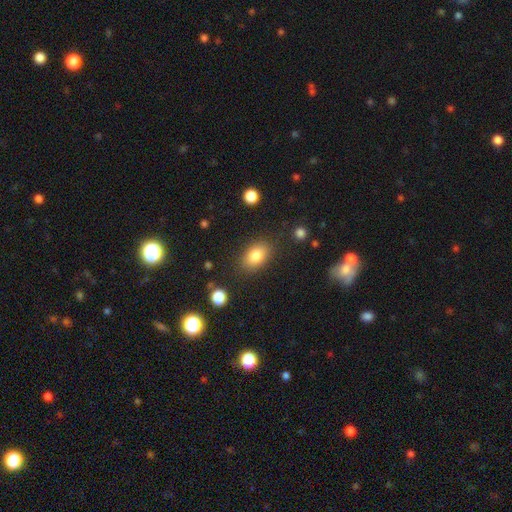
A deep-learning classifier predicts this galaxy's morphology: A smooth galaxy with no disk features (82%) that is in between round and cigar-shaped (82%). Merging: none (82%).